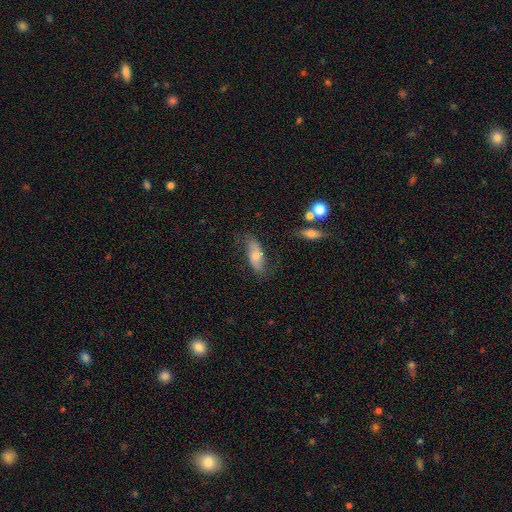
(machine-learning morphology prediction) Smooth or featured? smooth (50%)
Merging? none (66%)